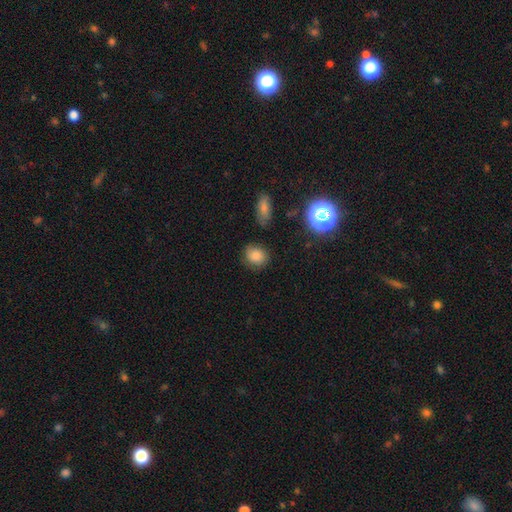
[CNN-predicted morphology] Smooth or featured: smooth — 81% (star or artifact — 12%)
How rounded: round — 65% (in between — 33%)
Merging: none — 81% (minor disturbance — 13%)